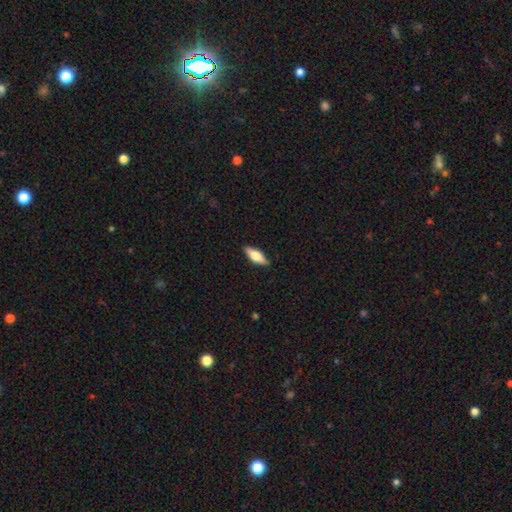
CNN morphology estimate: This appears to be a smooth galaxy with no disk features (57%) that is in between round and cigar-shaped (68%). Merging: none (87%).